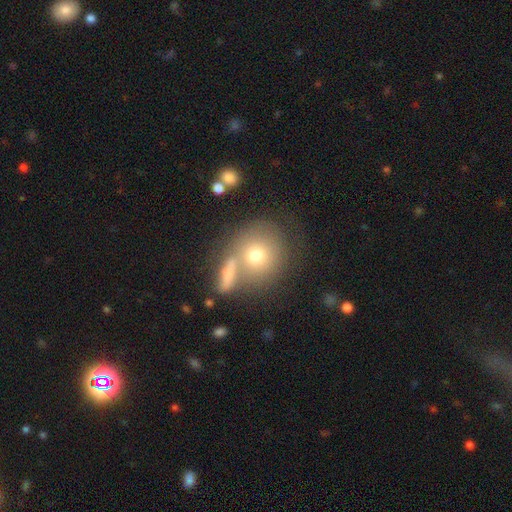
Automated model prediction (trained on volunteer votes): Morphology: type=smooth (71%); roundness=round (85%); merging=none (55%).